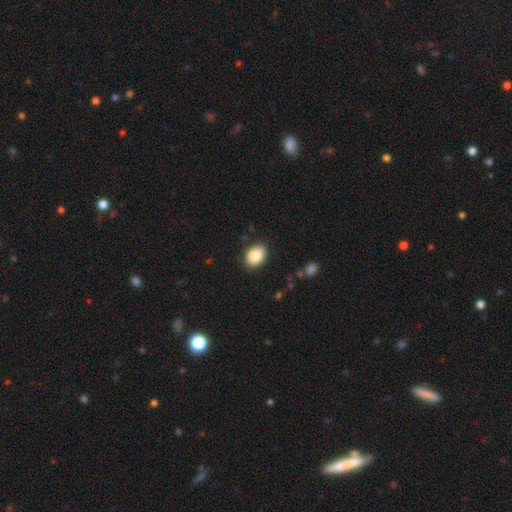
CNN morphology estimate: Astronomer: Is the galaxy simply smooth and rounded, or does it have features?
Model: smooth — 87%.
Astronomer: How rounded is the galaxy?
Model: in between — 71%.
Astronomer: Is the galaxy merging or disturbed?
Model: none — 87%.